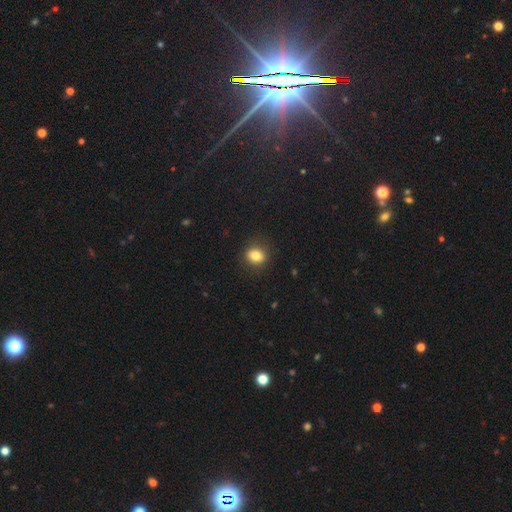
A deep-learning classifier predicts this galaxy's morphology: Smooth or featured? Predicted: smooth (p=0.82). How rounded? Predicted: round (p=0.59). Merging? Predicted: none (p=0.87).